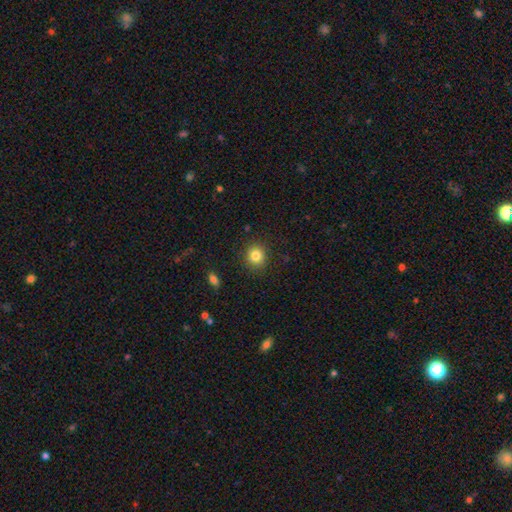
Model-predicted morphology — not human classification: smooth-or-featured: smooth: 83% | star or artifact: 11% | featured or disk: 6%
  how-rounded: round: 84% | in between: 15% | cigar-shaped: 1%
  merging: none: 88% | minor disturbance: 8% | major disturbance: 2% | merger: 1%